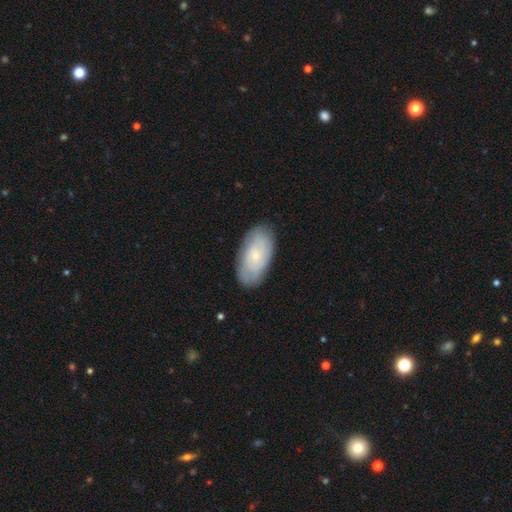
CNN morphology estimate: type=smooth (52%); roundness=in between (94%); merging=none (82%).